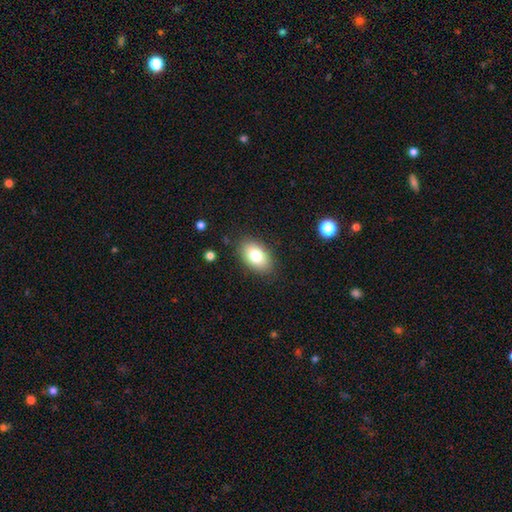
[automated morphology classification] smooth 79%, featured or disk 13%, star or artifact 8%. Down the decision tree: how rounded — in between (89%); merging — none (86%).